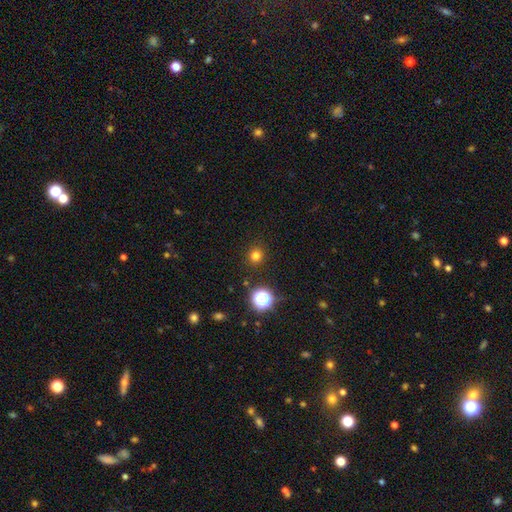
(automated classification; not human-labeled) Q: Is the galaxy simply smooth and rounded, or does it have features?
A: smooth — 77%.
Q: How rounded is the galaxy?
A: round — 88%.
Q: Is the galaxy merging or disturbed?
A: none — 90%.